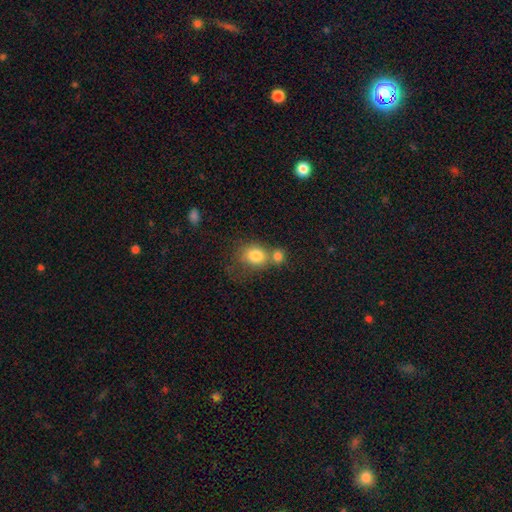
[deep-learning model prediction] Smooth or featured: smooth — 81% (featured or disk — 10%)
How rounded: round — 59% (in between — 39%)
Merging: merger — 48% (none — 33%)